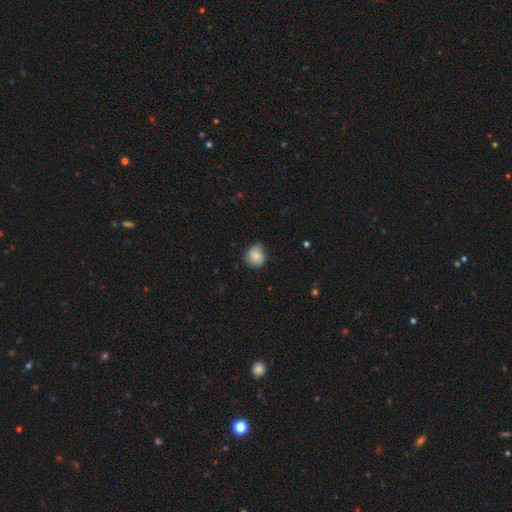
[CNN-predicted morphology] This is likely a smooth galaxy (80%). How rounded: likely round (72%). Merging: likely none (63%).